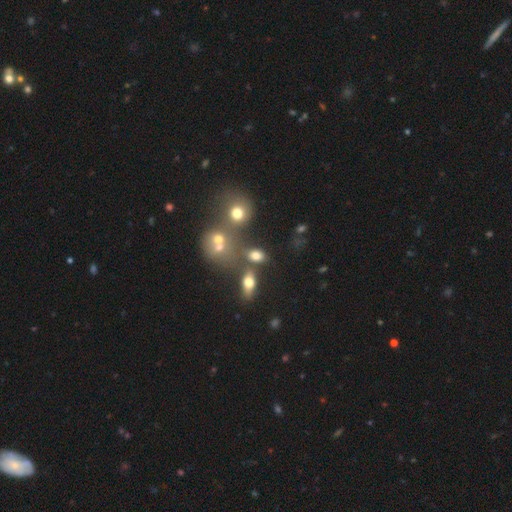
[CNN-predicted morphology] Q: Smooth or featured?
A: smooth (70%); runner-up: featured or disk (16%)
Q: How rounded?
A: in between (76%); runner-up: round (19%)
Q: Merging?
A: none (55%); runner-up: merger (24%)